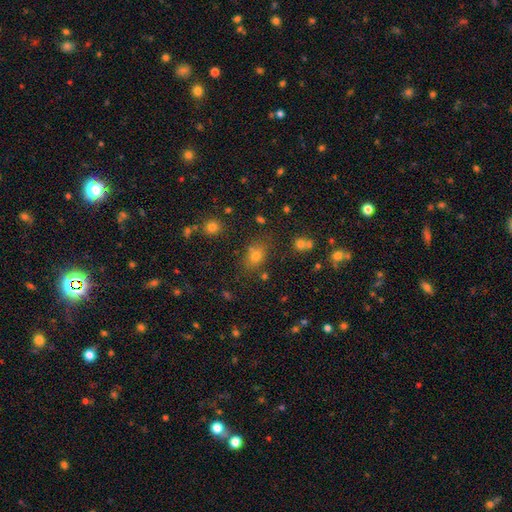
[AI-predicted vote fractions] Morphology: type=smooth (66%); roundness=in between (60%); merging=none (73%).